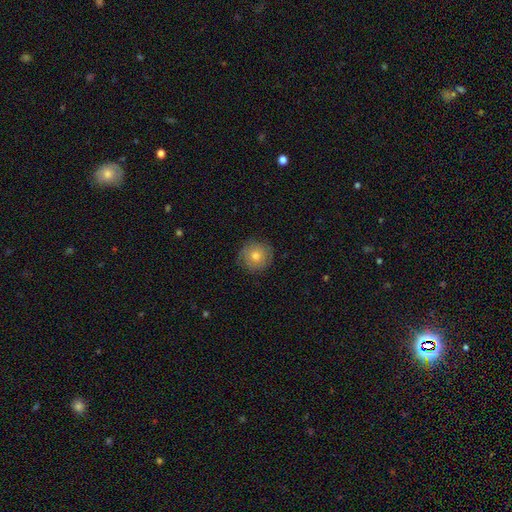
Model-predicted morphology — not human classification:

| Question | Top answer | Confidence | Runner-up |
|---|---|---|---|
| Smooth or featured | smooth | 65% | featured or disk (25%) |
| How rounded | round | 94% | in between (5%) |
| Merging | none | 85% | minor disturbance (11%) |